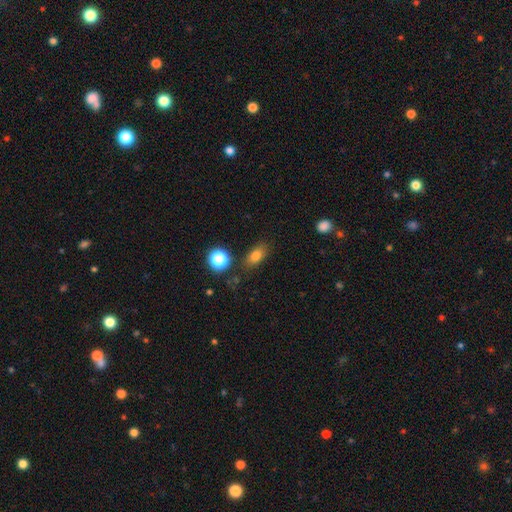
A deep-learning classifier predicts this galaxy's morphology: smooth 77%, star or artifact 13%, featured or disk 10%. Down the decision tree: how rounded — in between (76%); merging — none (78%).